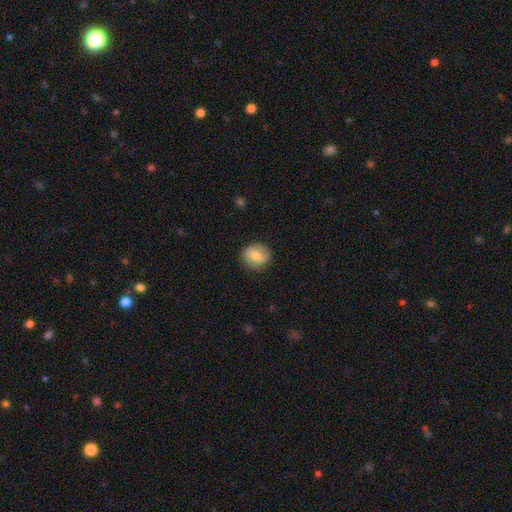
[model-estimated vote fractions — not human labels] A smooth galaxy with no disk features (72%) that is round (80%).

Vote fractions:
- Smooth or featured? smooth: 72% / featured or disk: 20% / star or artifact: 8%
- How rounded? round: 80% / in between: 19% / cigar-shaped: 1%
- Merging? none: 84% / minor disturbance: 11% / major disturbance: 3% / merger: 1%